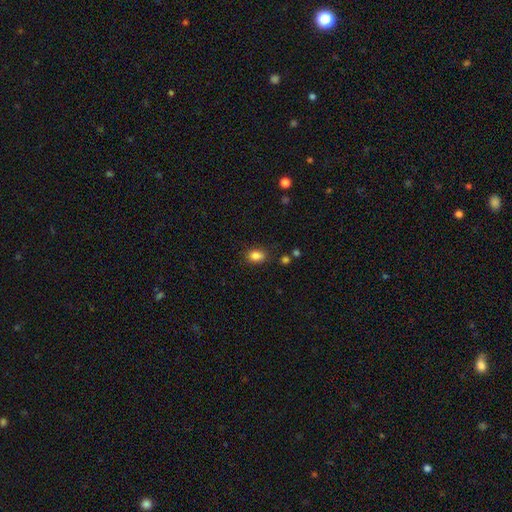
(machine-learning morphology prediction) Smooth or featured?
  - smooth: 84% *
  - star or artifact: 11%
  - featured or disk: 5%
How rounded?
  - in between: 74% *
  - round: 24%
  - cigar-shaped: 2%
Merging?
  - none: 76% *
  - minor disturbance: 16%
  - merger: 4%
  - major disturbance: 4%